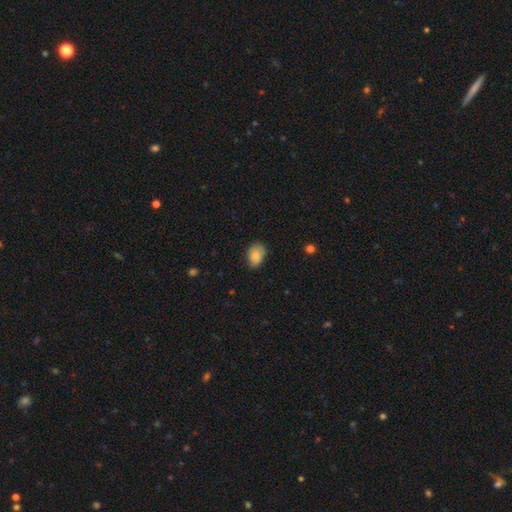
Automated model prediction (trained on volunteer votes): Q: Smooth or featured?
A: smooth (82%); runner-up: featured or disk (10%)
Q: How rounded?
A: in between (80%); runner-up: round (18%)
Q: Merging?
A: none (71%); runner-up: minor disturbance (24%)